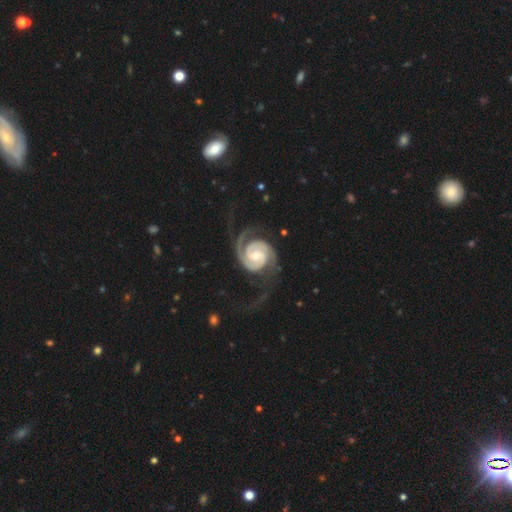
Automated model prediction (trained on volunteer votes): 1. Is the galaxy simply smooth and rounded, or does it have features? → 93% featured or disk, 4% smooth, 4% star or artifact.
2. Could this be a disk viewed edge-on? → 98% no, 2% yes.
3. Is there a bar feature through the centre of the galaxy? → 48% no, 38% weak, 14% strong.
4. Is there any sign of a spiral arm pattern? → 98% yes, 2% no.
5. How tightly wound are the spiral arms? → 50% tight, 37% medium, 13% loose.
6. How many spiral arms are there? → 87% 2, 4% 3, 3% can't tell, 2% 1, 2% 4, 2% more than 4.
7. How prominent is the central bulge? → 54% moderate, 40% small, 3% large, 1% none, 1% dominant.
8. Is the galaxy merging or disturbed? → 62% none, 21% major disturbance, 15% minor disturbance, 2% merger.